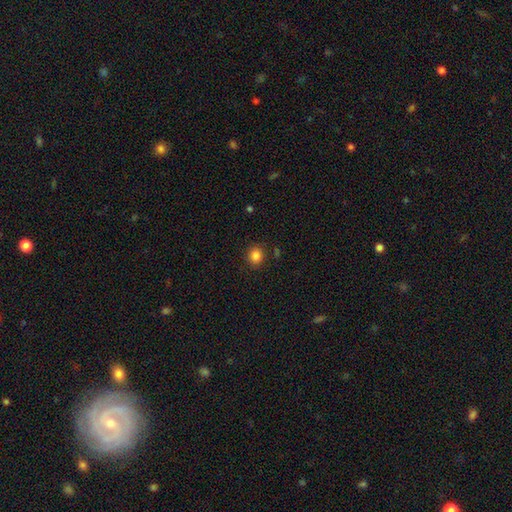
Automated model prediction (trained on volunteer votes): smooth_or_featured: smooth (p=0.85) [alt: star or artifact p=0.11]
how_rounded: round (p=0.80) [alt: in between p=0.19]
merging: none (p=0.87) [alt: minor disturbance p=0.09]